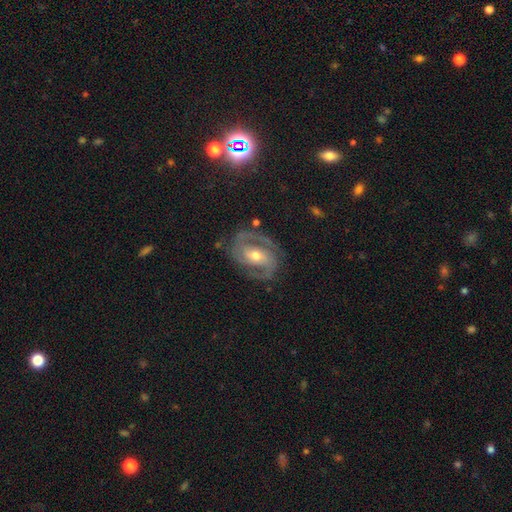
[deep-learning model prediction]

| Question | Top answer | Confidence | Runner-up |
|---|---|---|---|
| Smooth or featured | featured or disk | 88% | smooth (7%) |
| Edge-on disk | no | 97% | yes (3%) |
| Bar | weak | 41% | no (31%) |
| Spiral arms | yes | 96% | no (4%) |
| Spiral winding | medium | 51% | tight (37%) |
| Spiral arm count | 2 | 87% | can't tell (4%) |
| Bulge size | moderate | 68% | small (26%) |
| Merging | none | 75% | minor disturbance (17%) |